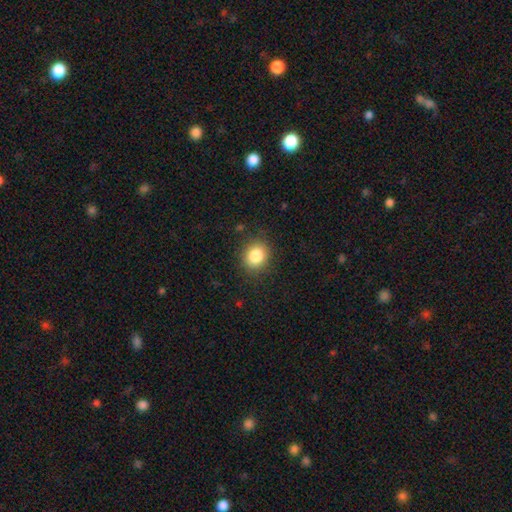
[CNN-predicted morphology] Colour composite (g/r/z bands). It shows a smooth galaxy with no disk features (84%) that is round (68%). Merging: none (86%).